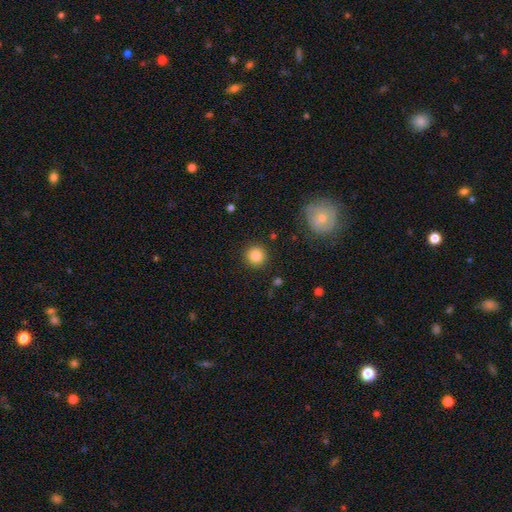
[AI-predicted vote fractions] Q: Smooth or featured?
A: smooth (85%); runner-up: star or artifact (10%)
Q: How rounded?
A: round (93%); runner-up: in between (6%)
Q: Merging?
A: none (90%); runner-up: minor disturbance (6%)